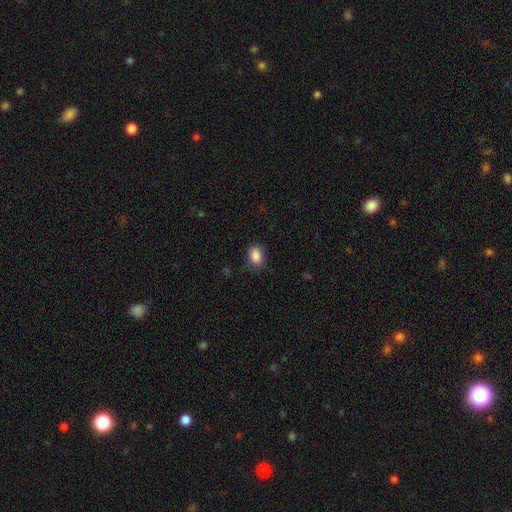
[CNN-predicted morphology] Smooth or featured?
  - smooth: 87% *
  - star or artifact: 9%
  - featured or disk: 4%
How rounded?
  - in between: 72% *
  - round: 27%
  - cigar-shaped: 1%
Merging?
  - none: 80% *
  - minor disturbance: 15%
  - major disturbance: 4%
  - merger: 1%